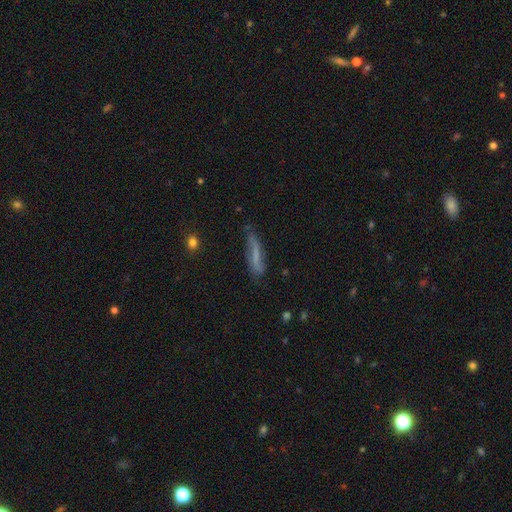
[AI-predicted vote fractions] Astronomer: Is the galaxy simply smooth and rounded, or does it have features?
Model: smooth — 49% (runner-up: featured or disk, 42%).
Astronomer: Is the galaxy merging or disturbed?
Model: none — 59%.